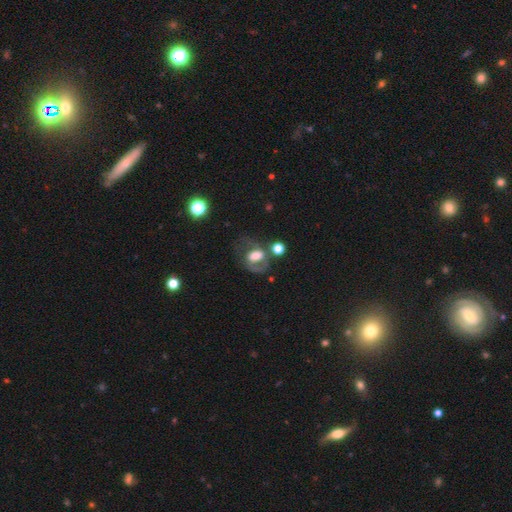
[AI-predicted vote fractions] The model was most divided on "smooth or featured": featured or disk: 47%, smooth: 42%, star or artifact: 11%. Remaining: merging — none (42%).